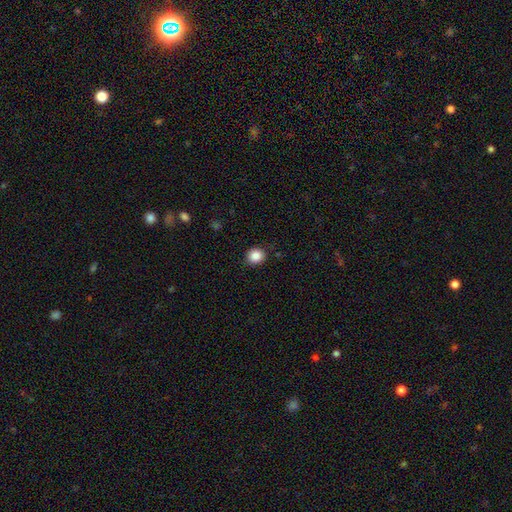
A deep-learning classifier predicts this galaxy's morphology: Smooth or featured? smooth (87%)
How rounded? round (80%)
Merging? none (88%)